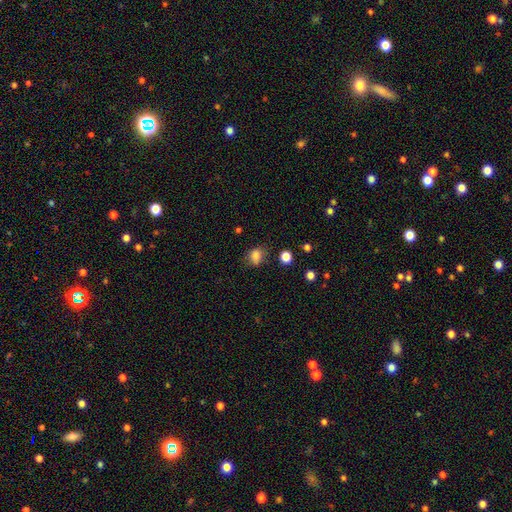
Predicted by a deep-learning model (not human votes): smooth_or_featured: smooth (p=0.82) [alt: star or artifact p=0.12]
how_rounded: in between (p=0.56) [alt: round p=0.42]
merging: none (p=0.67) [alt: minor disturbance p=0.23]